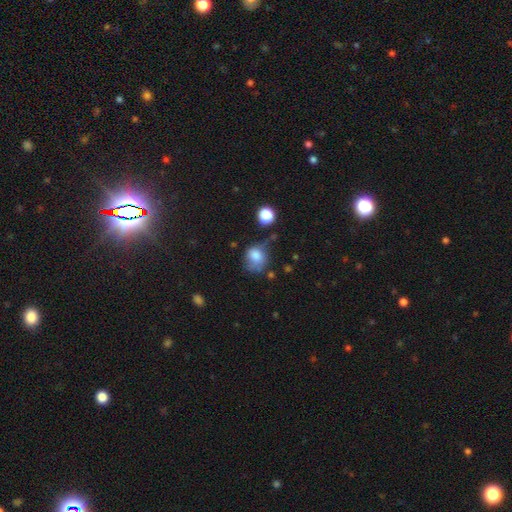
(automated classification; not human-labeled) Smooth or featured: smooth — 76% (featured or disk — 13%)
How rounded: round — 63% (in between — 36%)
Merging: none — 42% (minor disturbance — 33%)